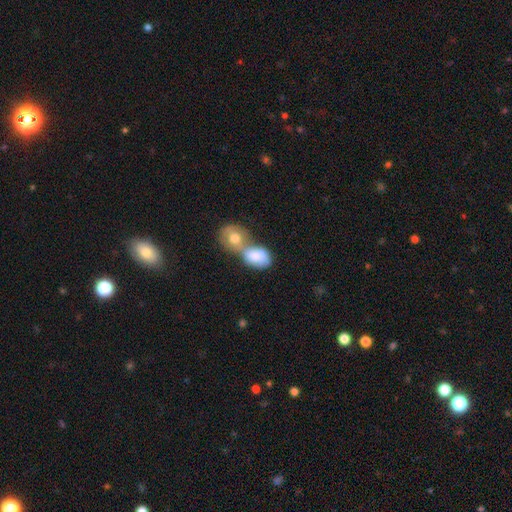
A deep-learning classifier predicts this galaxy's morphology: Q: Smooth or featured?
A: smooth (78%); runner-up: featured or disk (15%)
Q: How rounded?
A: in between (75%); runner-up: round (23%)
Q: Merging?
A: merger (74%); runner-up: none (14%)